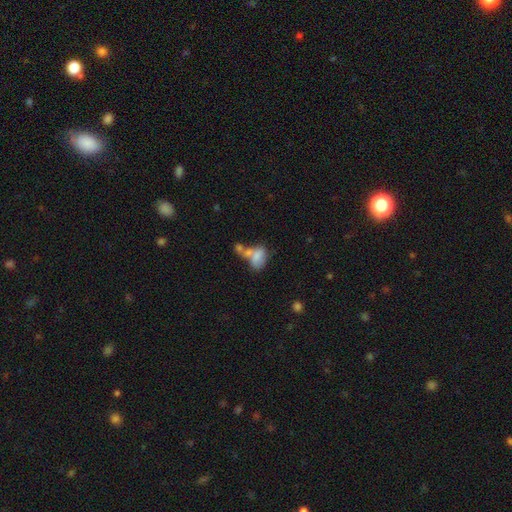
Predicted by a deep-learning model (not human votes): Smooth or featured?
  - smooth: 72% *
  - featured or disk: 18%
  - star or artifact: 10%
How rounded?
  - in between: 87% *
  - round: 11%
  - cigar-shaped: 2%
Merging?
  - merger: 56% *
  - none: 20%
  - minor disturbance: 13%
  - major disturbance: 11%